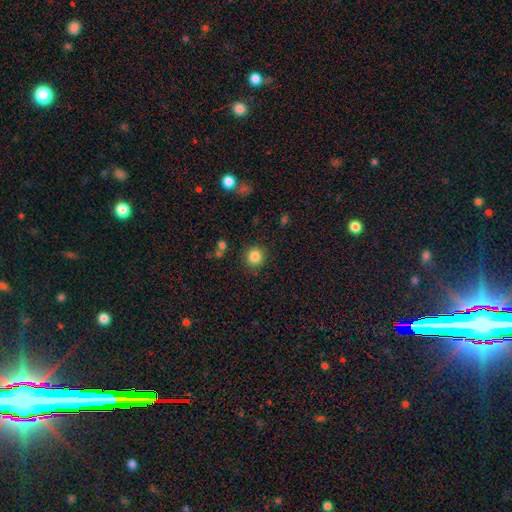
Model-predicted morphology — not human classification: Overall: smooth (85%). How rounded: round (90%). Merging: none (87%).